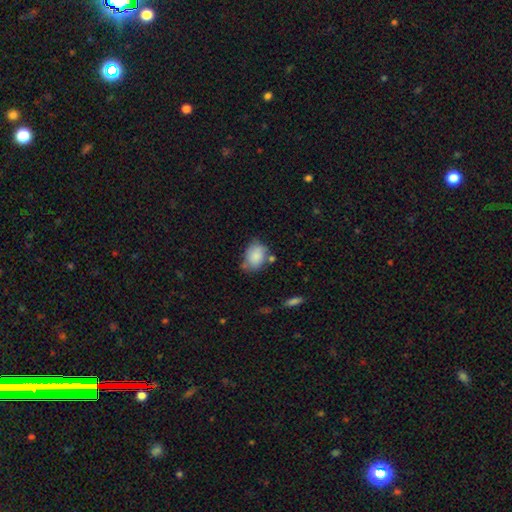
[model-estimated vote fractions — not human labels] smooth_or_featured: smooth (p=0.84) [alt: featured or disk p=0.09]
how_rounded: in between (p=0.72) [alt: round p=0.27]
merging: none (p=0.57) [alt: minor disturbance p=0.26]